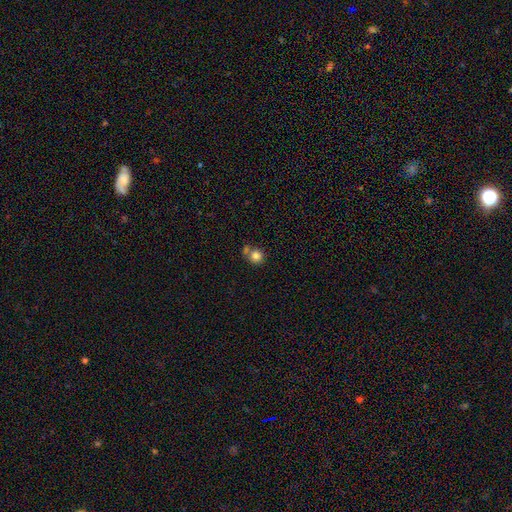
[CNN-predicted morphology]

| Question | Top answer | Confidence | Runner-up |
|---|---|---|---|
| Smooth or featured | smooth | 82% | star or artifact (11%) |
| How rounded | round | 88% | in between (11%) |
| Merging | none | 54% | merger (32%) |